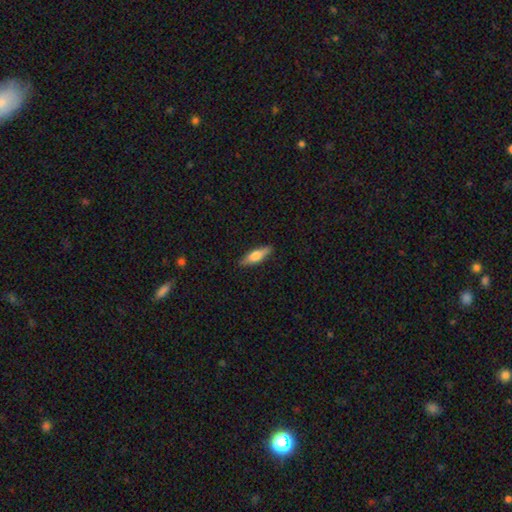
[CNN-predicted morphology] Smooth or featured? Predicted: smooth (p=0.51). How rounded? Predicted: cigar-shaped (p=0.58). Merging? Predicted: none (p=0.88).